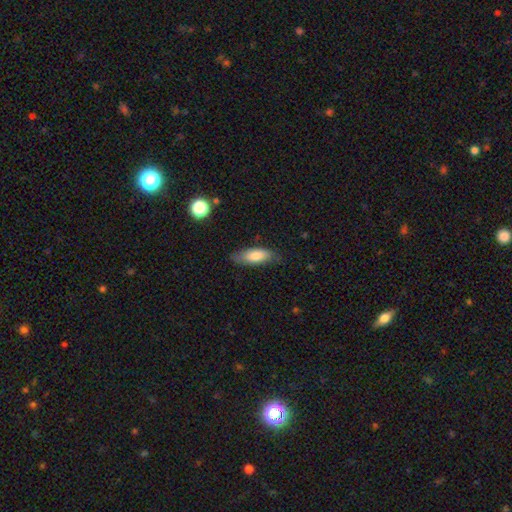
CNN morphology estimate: smooth 75%, featured or disk 18%, star or artifact 6%. Down the decision tree: how rounded — in between (73%); merging — none (75%).